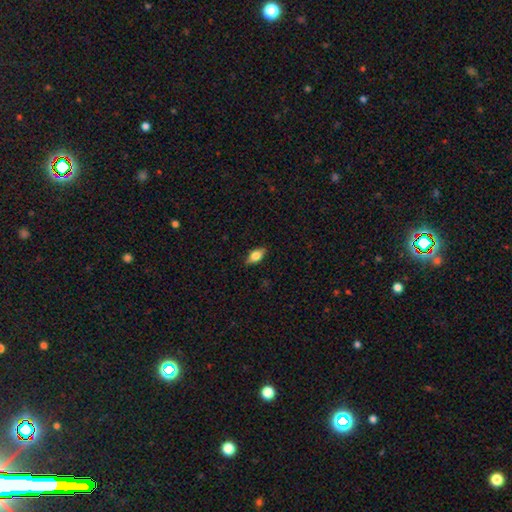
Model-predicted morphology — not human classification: Q: Smooth or featured?
A: smooth (72%); runner-up: featured or disk (20%)
Q: How rounded?
A: in between (87%); runner-up: cigar-shaped (8%)
Q: Merging?
A: none (85%); runner-up: minor disturbance (12%)